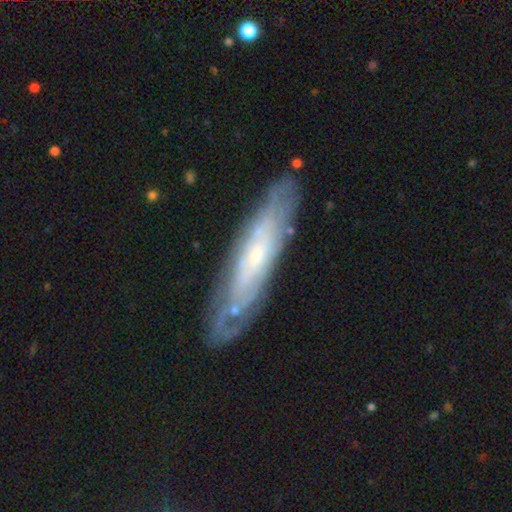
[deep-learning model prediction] smooth_or_featured: featured or disk (p=0.68) [alt: smooth p=0.26]
disk_edge_on: no (p=0.59) [alt: yes p=0.41]
merging: none (p=0.78) [alt: minor disturbance p=0.15]